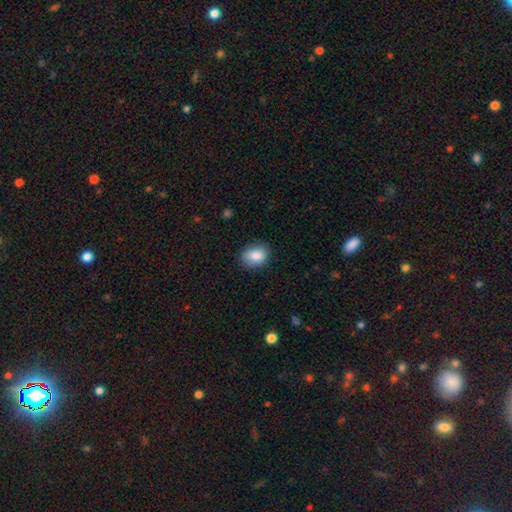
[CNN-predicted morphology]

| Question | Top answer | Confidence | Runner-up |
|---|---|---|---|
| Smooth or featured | smooth | 86% | star or artifact (7%) |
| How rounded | in between | 64% | round (35%) |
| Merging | none | 84% | minor disturbance (12%) |